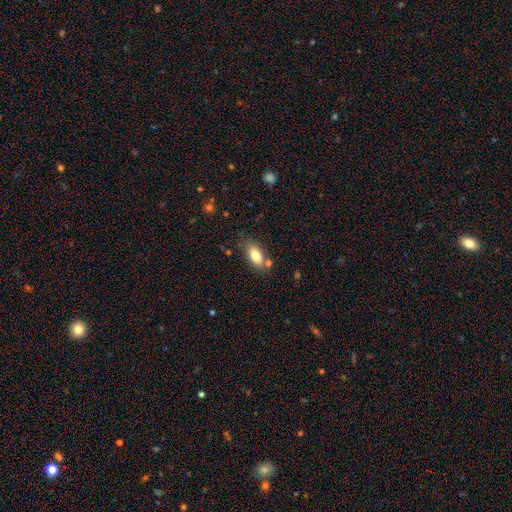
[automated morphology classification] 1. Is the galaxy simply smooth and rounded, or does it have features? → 80% smooth, 13% featured or disk, 8% star or artifact.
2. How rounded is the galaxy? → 89% in between, 7% cigar-shaped, 4% round.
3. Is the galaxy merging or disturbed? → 73% none, 15% minor disturbance, 8% merger, 4% major disturbance.